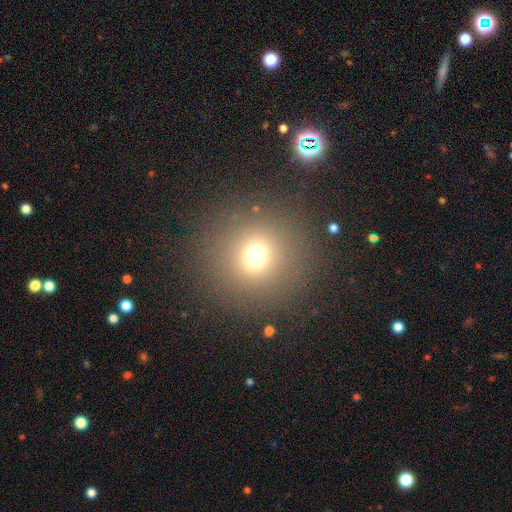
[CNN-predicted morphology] This is likely a smooth galaxy (68%). How rounded: clearly round (91%). Merging: clearly none (86%).